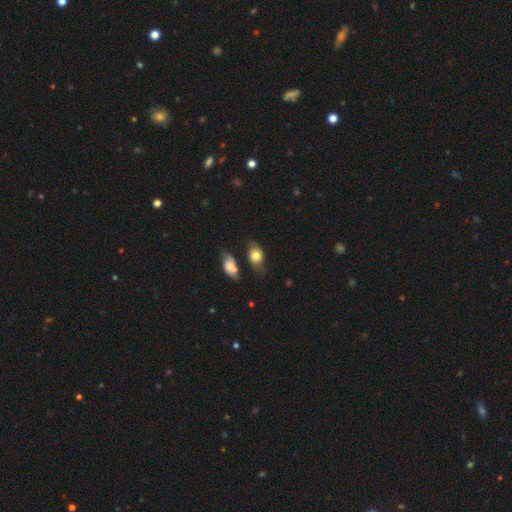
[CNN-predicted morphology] The model was most divided on "merging": none: 56%, minor disturbance: 27%, major disturbance: 9%, merger: 8%. More confident: how rounded — in between (78%); smooth or featured — smooth (72%).